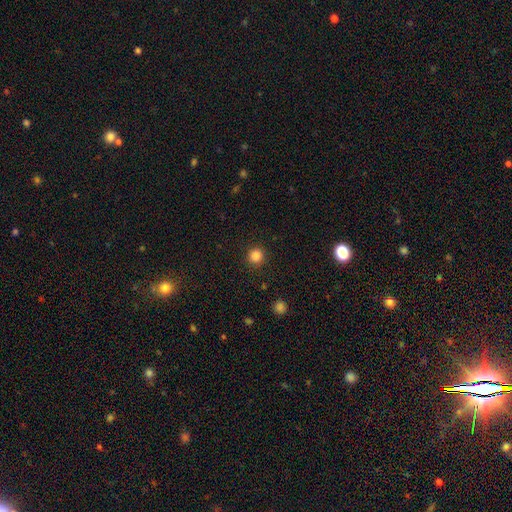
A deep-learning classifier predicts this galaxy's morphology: Smooth or featured? smooth (85%)
How rounded? round (93%)
Merging? none (91%)